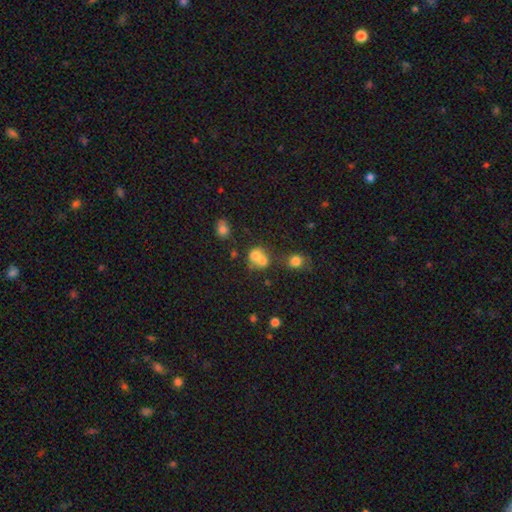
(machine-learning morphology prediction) Smooth or featured: smooth — 69% (featured or disk — 17%)
How rounded: round — 72% (in between — 27%)
Merging: merger — 59% (none — 29%)